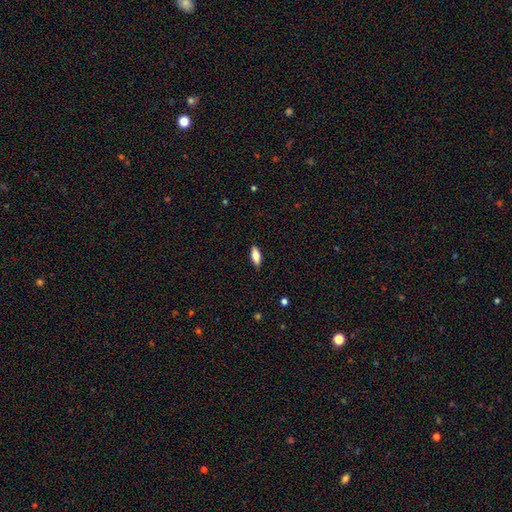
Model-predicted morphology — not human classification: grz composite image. It shows a smooth galaxy with no disk features (79%) that is in between round and cigar-shaped (71%). Merging: none (88%).